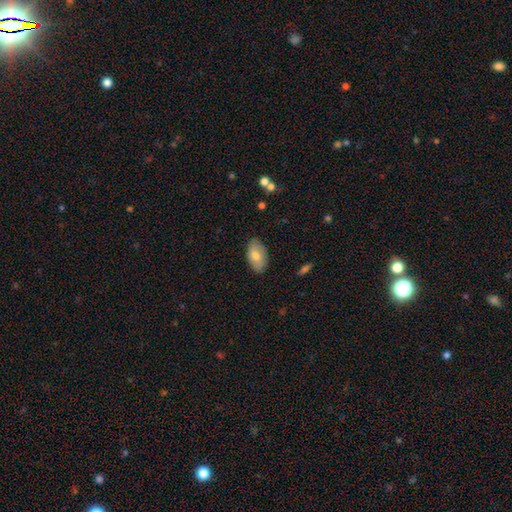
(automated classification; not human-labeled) The model was most divided on "smooth or featured": smooth: 72%, featured or disk: 21%, star or artifact: 6%. More confident: how rounded — in between (94%); merging — none (83%).